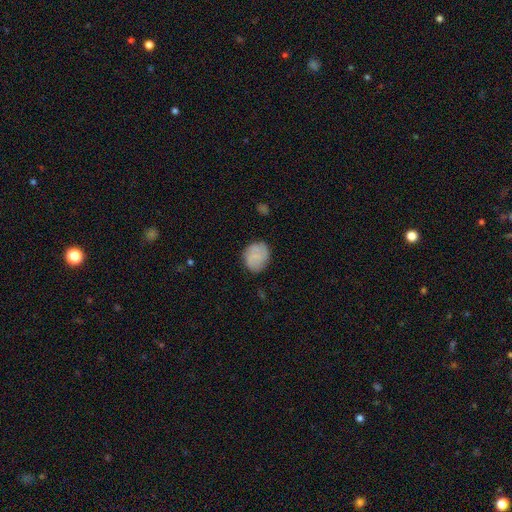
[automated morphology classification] This appears to be a smooth galaxy with no disk features (70%) that is round (69%). Merging: none (79%).